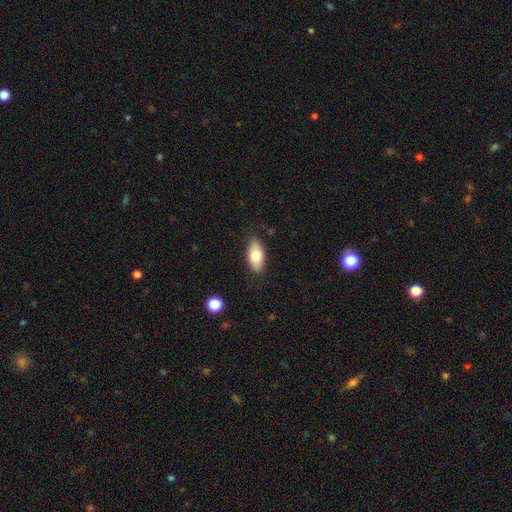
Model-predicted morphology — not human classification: smooth-or-featured: smooth: 79% | featured or disk: 15% | star or artifact: 7%
  how-rounded: in between: 90% | cigar-shaped: 6% | round: 3%
  merging: none: 84% | minor disturbance: 12% | major disturbance: 2% | merger: 1%